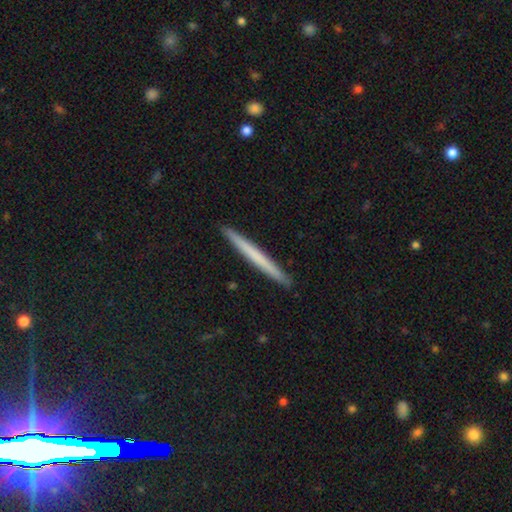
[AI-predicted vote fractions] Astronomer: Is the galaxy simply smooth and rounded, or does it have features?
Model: smooth — 56% (runner-up: featured or disk, 38%).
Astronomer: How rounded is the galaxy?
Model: cigar-shaped — 97%.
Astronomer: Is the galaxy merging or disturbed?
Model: none — 93%.